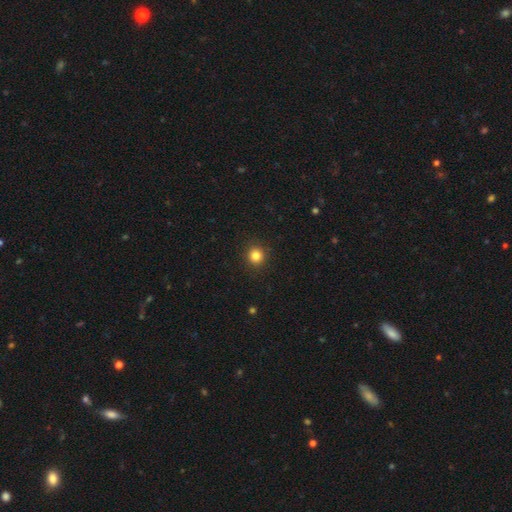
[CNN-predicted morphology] Smooth or featured?
  - smooth: 83% *
  - star or artifact: 12%
  - featured or disk: 5%
How rounded?
  - round: 92% *
  - in between: 7%
  - cigar-shaped: 1%
Merging?
  - none: 92% *
  - minor disturbance: 5%
  - major disturbance: 2%
  - merger: 1%